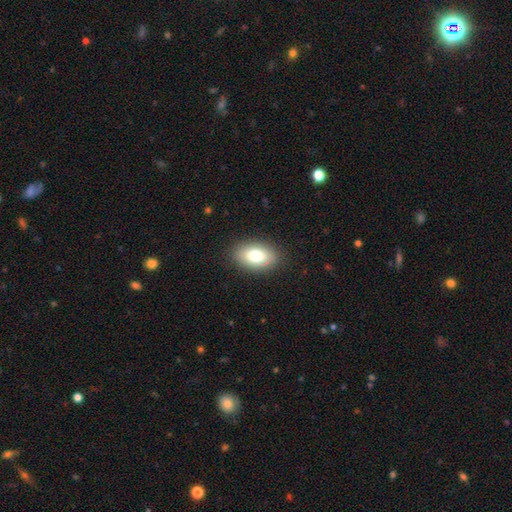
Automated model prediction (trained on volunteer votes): Overall: smooth (80%). How rounded: in between (91%). Merging: none (88%).